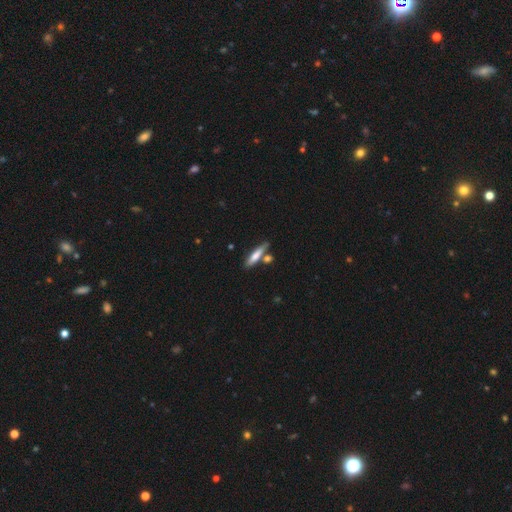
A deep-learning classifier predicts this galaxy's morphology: type=smooth (67%); roundness=cigar-shaped (76%); merging=none (68%).